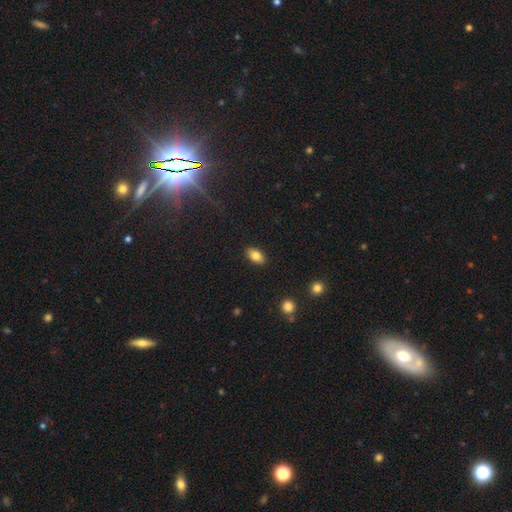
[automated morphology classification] This is clearly a smooth galaxy (83%). How rounded: clearly in between (90%). Merging: clearly none (89%).